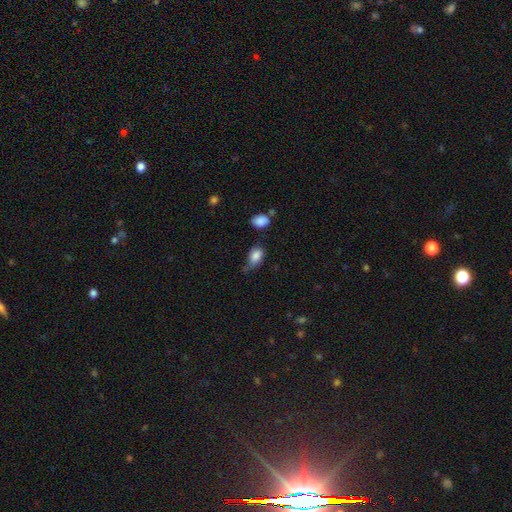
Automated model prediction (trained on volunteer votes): Morphology: type=smooth (84%); roundness=in between (82%); merging=none (42%).